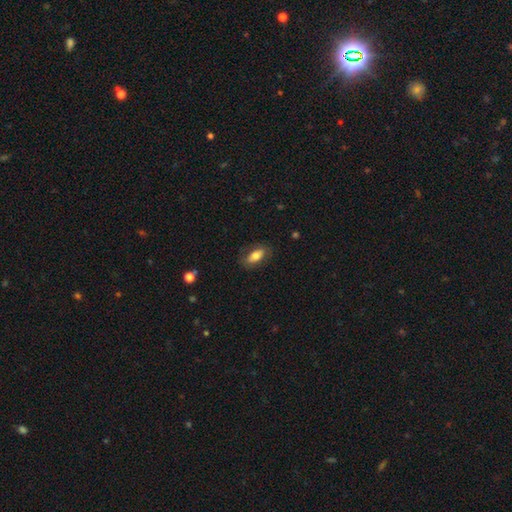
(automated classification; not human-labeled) A smooth galaxy with no disk features (76%) that is in between round and cigar-shaped (86%). Merging: none (80%).